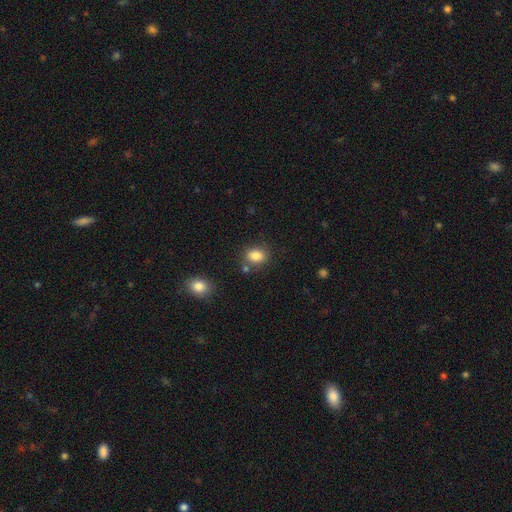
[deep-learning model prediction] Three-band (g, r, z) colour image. It shows a smooth galaxy with no disk features (84%) that is in between round and cigar-shaped (59%). Merging: none (75%).